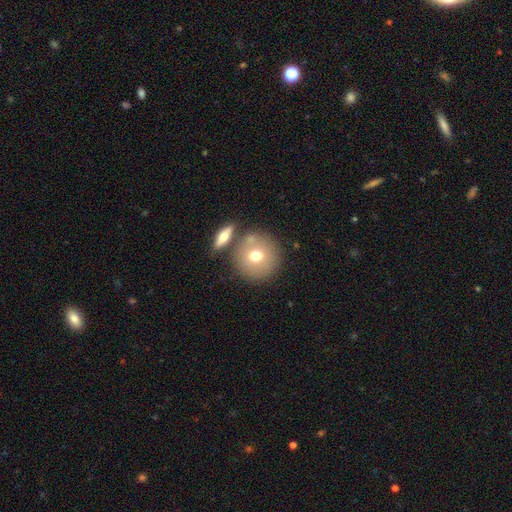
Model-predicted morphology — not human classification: Smooth or featured: smooth — 69% (featured or disk — 22%)
How rounded: round — 93% (in between — 5%)
Merging: none — 74% (merger — 14%)